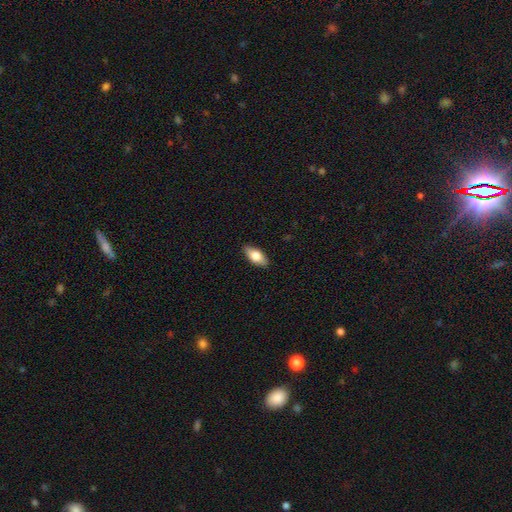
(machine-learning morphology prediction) smooth-or-featured: smooth: 74% | featured or disk: 20% | star or artifact: 6%
  how-rounded: in between: 87% | cigar-shaped: 9% | round: 3%
  merging: none: 88% | minor disturbance: 9% | major disturbance: 2% | merger: 1%